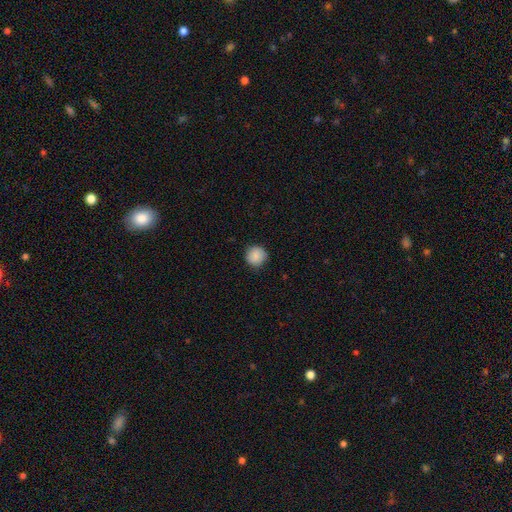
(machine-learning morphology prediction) smooth-or-featured: smooth: 88% | star or artifact: 8% | featured or disk: 4%
  how-rounded: round: 93% | in between: 6% | cigar-shaped: 1%
  merging: none: 87% | minor disturbance: 10% | major disturbance: 2% | merger: 1%